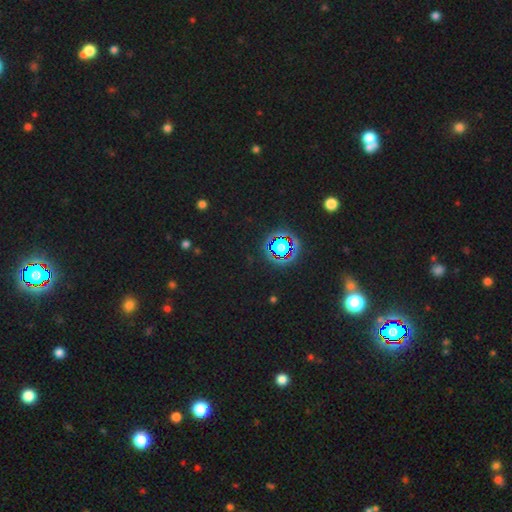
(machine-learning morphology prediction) Q: Smooth or featured?
A: star or artifact (79%); runner-up: smooth (13%)